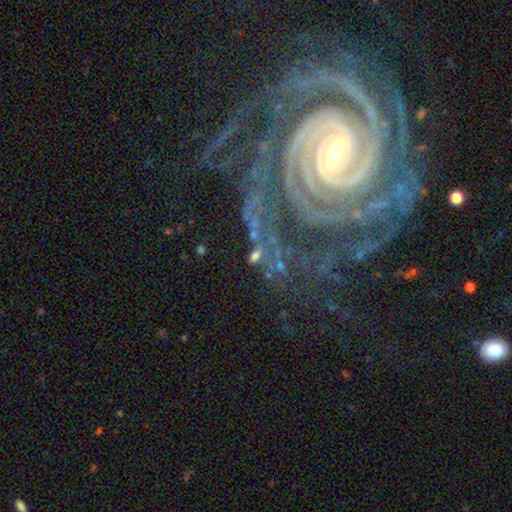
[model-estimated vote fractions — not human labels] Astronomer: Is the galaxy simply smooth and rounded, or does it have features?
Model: featured or disk — 36%, tied with smooth at 36%.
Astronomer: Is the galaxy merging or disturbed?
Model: none — 48%.